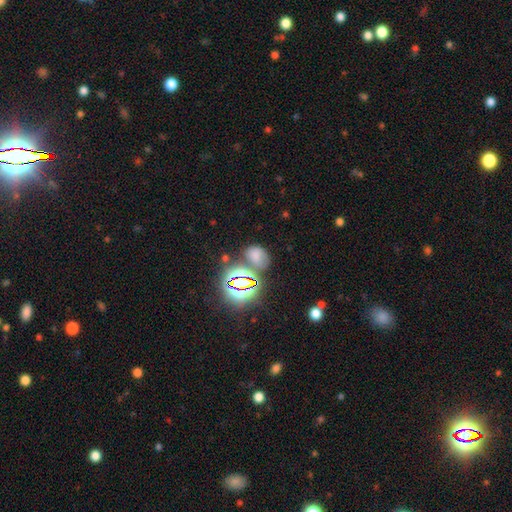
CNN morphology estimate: A smooth galaxy with no disk features (52%) that is in between round and cigar-shaped (68%). Merging: none (52%).